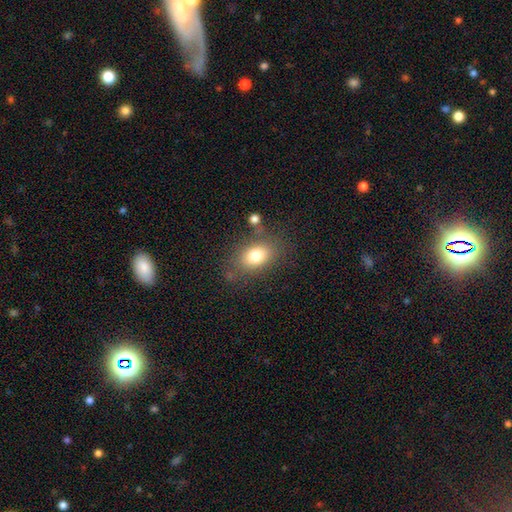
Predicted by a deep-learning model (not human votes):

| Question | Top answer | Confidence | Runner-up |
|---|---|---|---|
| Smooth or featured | smooth | 79% | featured or disk (11%) |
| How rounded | in between | 78% | round (20%) |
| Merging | none | 73% | minor disturbance (15%) |